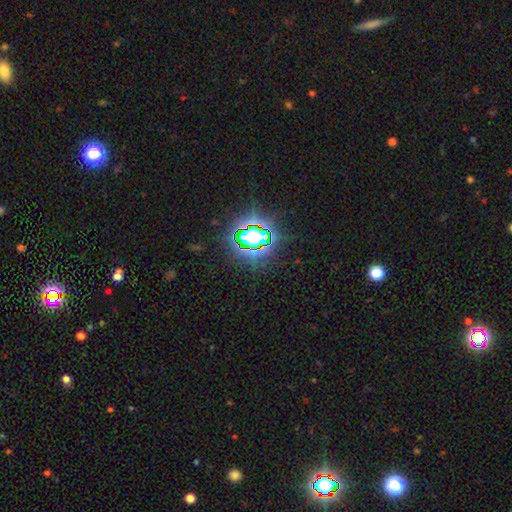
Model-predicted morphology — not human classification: star or artifact 81%, smooth 12%, featured or disk 7%.